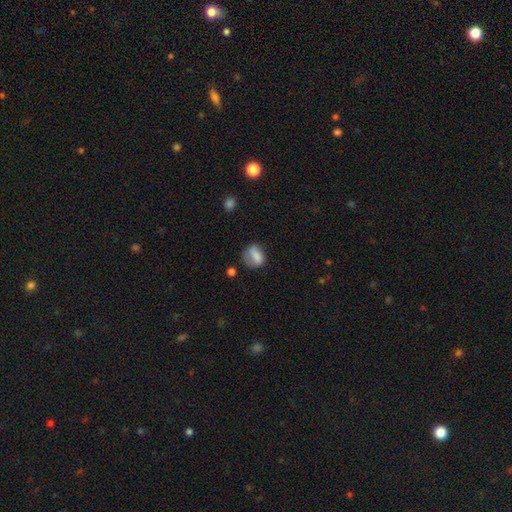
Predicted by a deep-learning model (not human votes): A smooth galaxy with no disk features (74%) that is in between round and cigar-shaped (56%).

Vote fractions:
- Smooth or featured? smooth: 74% / featured or disk: 17% / star or artifact: 9%
- How rounded? in between: 56% / round: 39% / cigar-shaped: 4%
- Merging? none: 51% / minor disturbance: 29% / major disturbance: 16% / merger: 4%